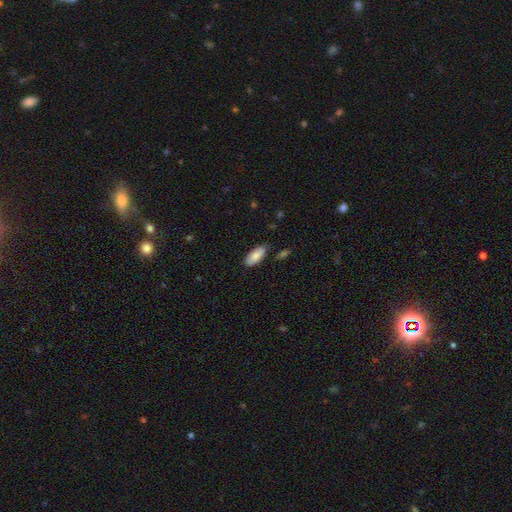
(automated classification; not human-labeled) Overall: smooth (84%). How rounded: in between (88%). Merging: none (80%).